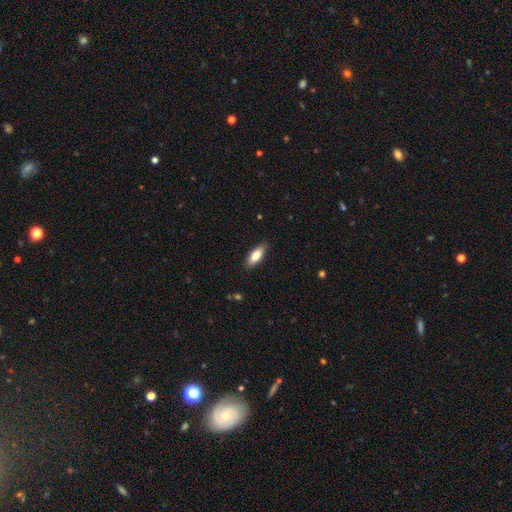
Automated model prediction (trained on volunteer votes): smooth 78%, featured or disk 15%, star or artifact 6%. Down the decision tree: how rounded — in between (72%); merging — none (87%).